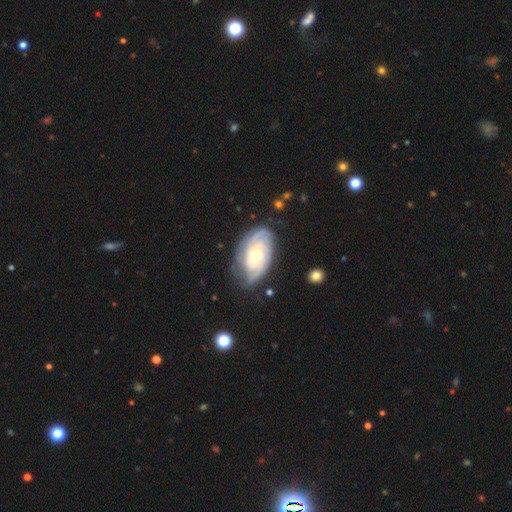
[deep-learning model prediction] Q: Smooth or featured?
A: featured or disk (80%); runner-up: smooth (15%)
Q: Edge-on disk?
A: no (95%); runner-up: yes (5%)
Q: Bar?
A: no (69%); runner-up: weak (25%)
Q: Spiral arms?
A: yes (95%); runner-up: no (5%)
Q: Spiral winding?
A: tight (66%); runner-up: medium (26%)
Q: Spiral arm count?
A: can't tell (35%); runner-up: 3 (23%)
Q: Bulge size?
A: moderate (60%); runner-up: small (29%)
Q: Merging?
A: none (76%); runner-up: minor disturbance (17%)